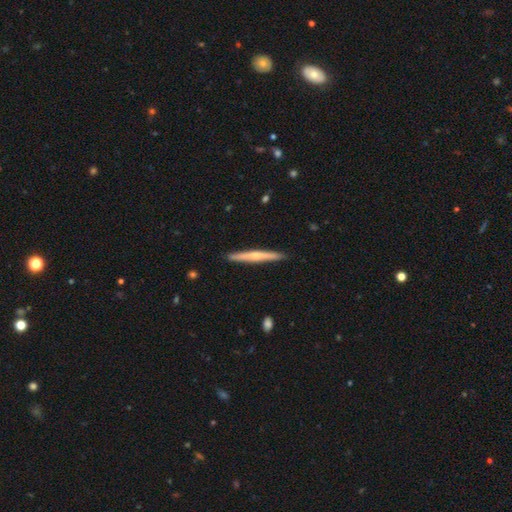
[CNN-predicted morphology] Q: Smooth or featured?
A: featured or disk (54%); runner-up: smooth (41%)
Q: Edge-on disk?
A: yes (97%); runner-up: no (3%)
Q: Edge-on bulge?
A: rounded (55%); runner-up: none (39%)
Q: Merging?
A: none (91%); runner-up: minor disturbance (7%)